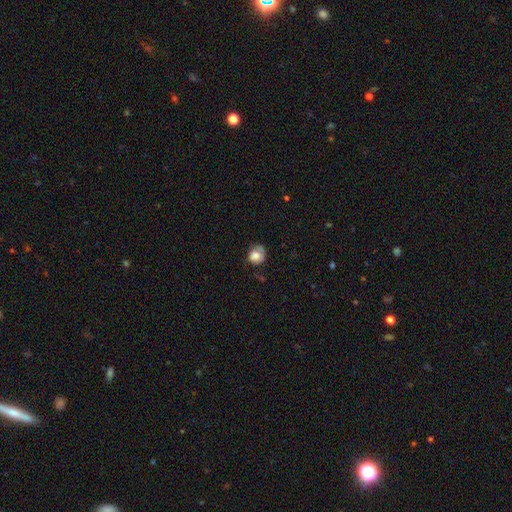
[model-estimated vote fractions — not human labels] smooth 73%, featured or disk 18%, star or artifact 9%. Down the decision tree: how rounded — round (74%); merging — none (50%).